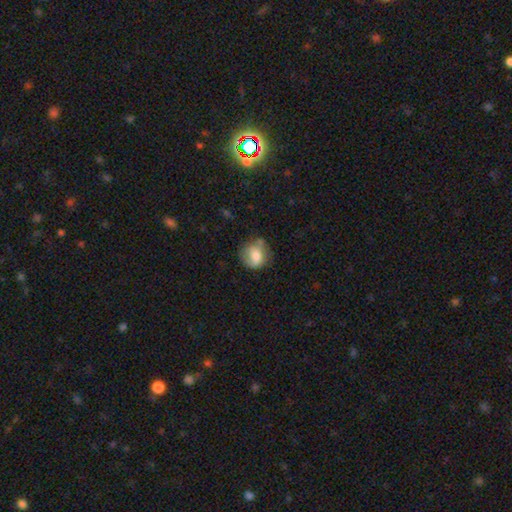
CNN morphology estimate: Overall: smooth (67%). How rounded: round (77%). Merging: none (54%; minor disturbance 29%).